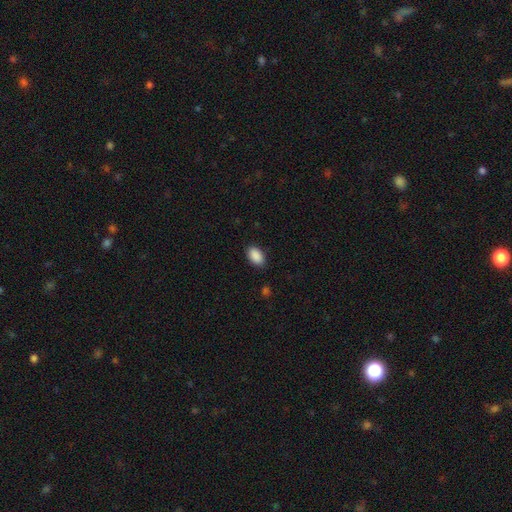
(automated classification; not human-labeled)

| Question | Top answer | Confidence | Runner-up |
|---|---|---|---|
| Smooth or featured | smooth | 90% | star or artifact (7%) |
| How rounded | in between | 92% | round (7%) |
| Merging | none | 87% | minor disturbance (10%) |